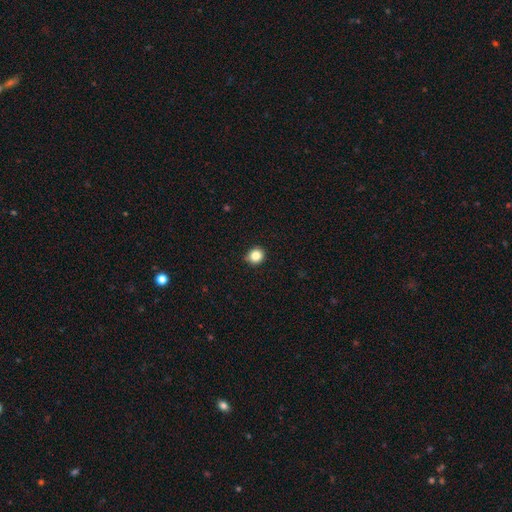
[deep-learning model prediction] This appears to be a smooth galaxy with no disk features (85%) that is round (85%). Merging: none (90%).